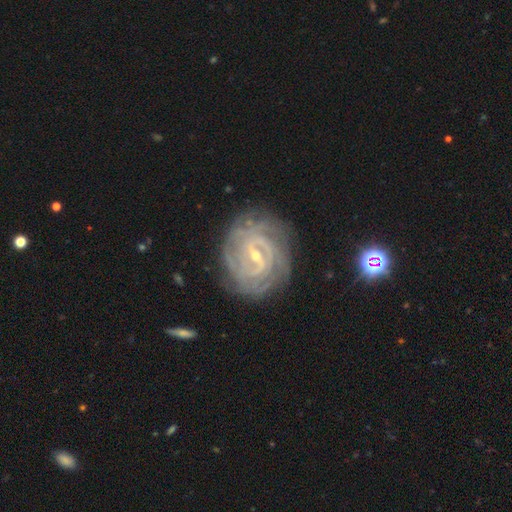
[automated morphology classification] Q: Smooth or featured?
A: featured or disk (89%); runner-up: star or artifact (6%)
Q: Edge-on disk?
A: no (97%); runner-up: yes (3%)
Q: Bar?
A: weak (50%); runner-up: strong (33%)
Q: Spiral arms?
A: yes (97%); runner-up: no (3%)
Q: Spiral winding?
A: tight (75%); runner-up: medium (21%)
Q: Spiral arm count?
A: can't tell (28%); runner-up: 2 (25%)
Q: Bulge size?
A: small (73%); runner-up: moderate (23%)
Q: Merging?
A: none (80%); runner-up: minor disturbance (14%)